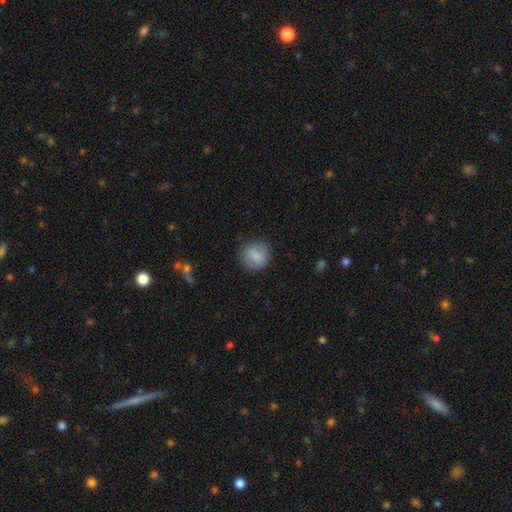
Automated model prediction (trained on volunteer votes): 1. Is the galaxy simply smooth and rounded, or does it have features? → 81% smooth, 12% featured or disk, 7% star or artifact.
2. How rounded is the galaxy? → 87% round, 12% in between, 1% cigar-shaped.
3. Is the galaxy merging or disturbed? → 85% none, 11% minor disturbance, 3% major disturbance, 1% merger.